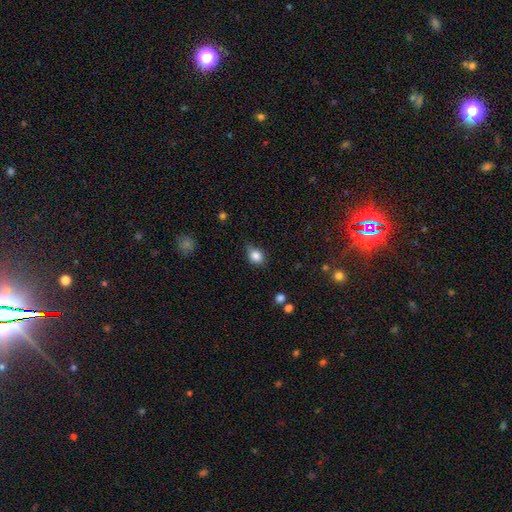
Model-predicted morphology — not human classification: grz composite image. It shows a smooth galaxy with no disk features (83%) that is round (56%). Merging: none (64%).